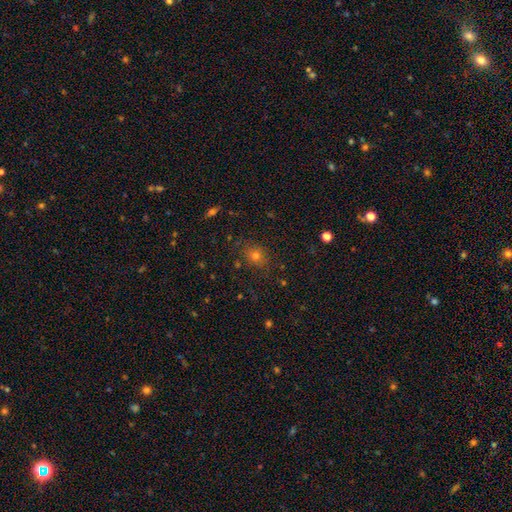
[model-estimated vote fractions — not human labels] smooth 69%, star or artifact 22%, featured or disk 9%. Down the decision tree: how rounded — round (74%); merging — none (83%).